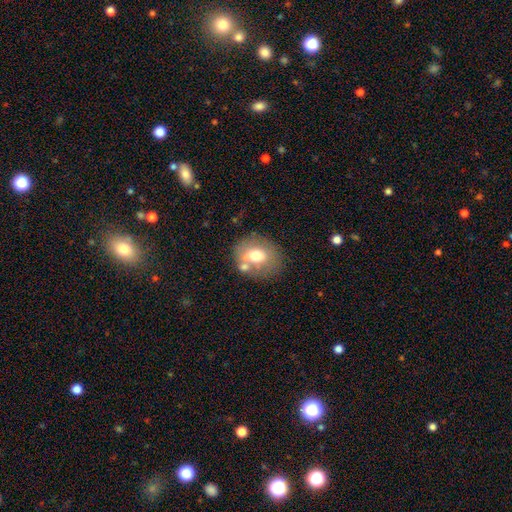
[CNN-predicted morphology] smooth 62%, featured or disk 28%, star or artifact 10%. Down the decision tree: how rounded — round (60%); merging — none (62%).